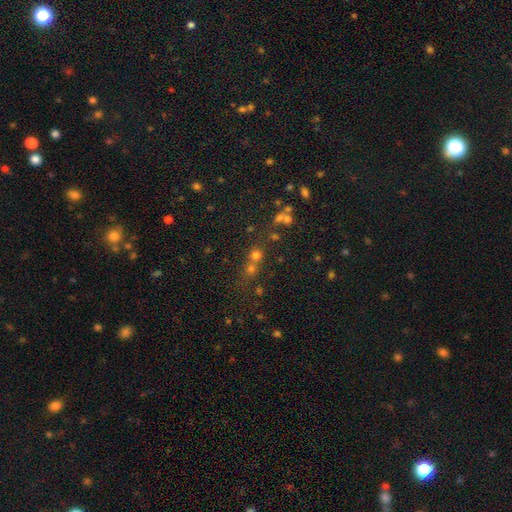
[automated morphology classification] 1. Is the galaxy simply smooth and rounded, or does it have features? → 56% smooth, 31% star or artifact, 13% featured or disk.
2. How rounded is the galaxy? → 86% round, 12% in between, 2% cigar-shaped.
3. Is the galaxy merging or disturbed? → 51% none, 38% merger, 7% minor disturbance, 4% major disturbance.